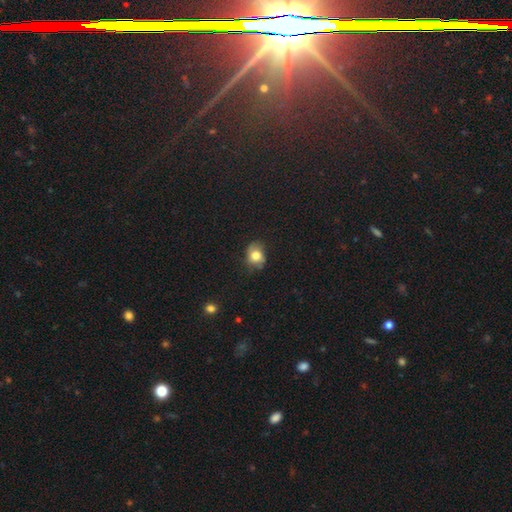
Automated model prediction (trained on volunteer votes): A smooth galaxy with no disk features (75%) that is round (51%).

Vote fractions:
- Smooth or featured? smooth: 75% / featured or disk: 14% / star or artifact: 11%
- How rounded? round: 51% / in between: 48% / cigar-shaped: 1%
- Merging? none: 62% / minor disturbance: 27% / major disturbance: 9% / merger: 2%